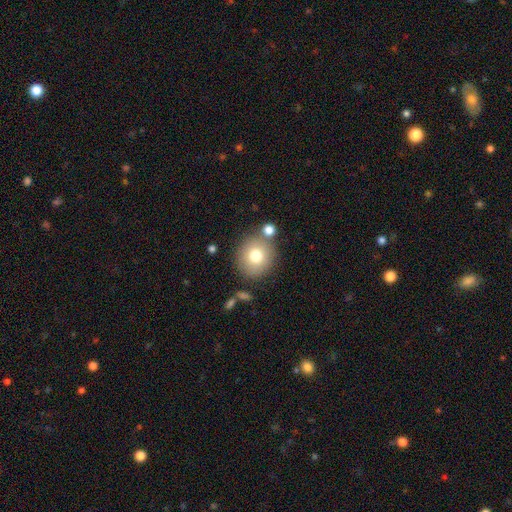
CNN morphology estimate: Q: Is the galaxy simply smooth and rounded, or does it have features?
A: smooth — 76%.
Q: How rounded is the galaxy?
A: round — 86%.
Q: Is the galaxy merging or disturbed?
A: none — 76%.